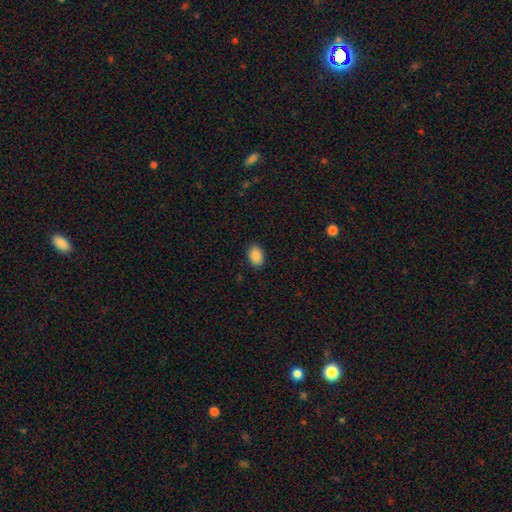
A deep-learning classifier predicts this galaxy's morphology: This is clearly a smooth galaxy (89%). How rounded: clearly in between (83%). Merging: clearly none (88%).